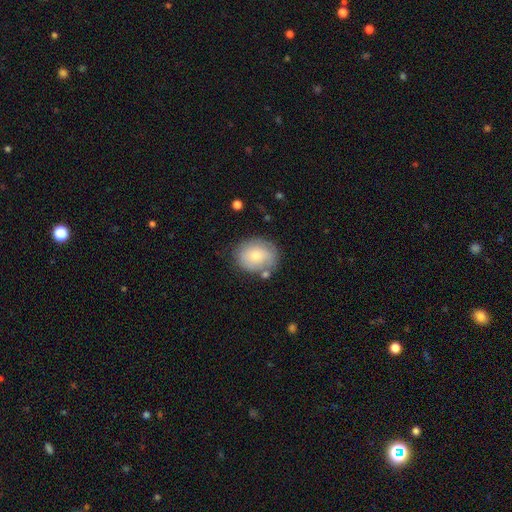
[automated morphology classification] Q: Smooth or featured?
A: smooth (72%); runner-up: featured or disk (21%)
Q: How rounded?
A: round (63%); runner-up: in between (36%)
Q: Merging?
A: none (68%); runner-up: minor disturbance (20%)